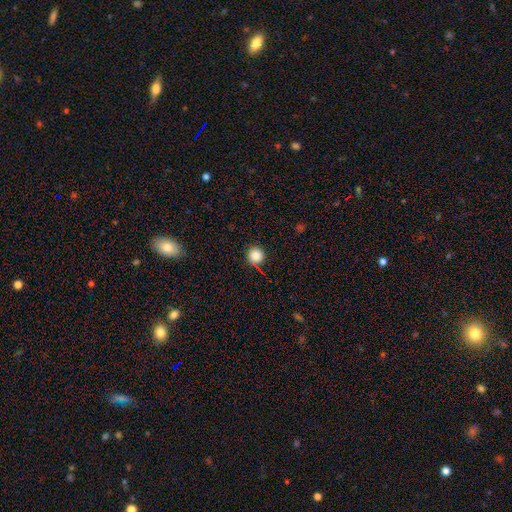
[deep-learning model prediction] Q: Smooth or featured?
A: smooth (83%); runner-up: star or artifact (11%)
Q: How rounded?
A: round (95%); runner-up: in between (4%)
Q: Merging?
A: none (79%); runner-up: minor disturbance (14%)